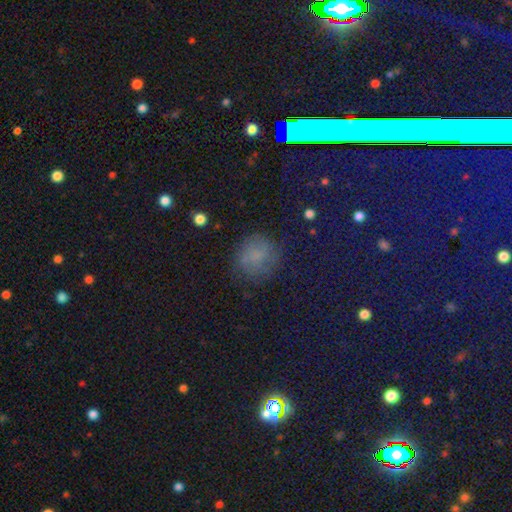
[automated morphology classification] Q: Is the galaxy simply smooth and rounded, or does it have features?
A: smooth — 55%.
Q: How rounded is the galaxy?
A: round — 83%.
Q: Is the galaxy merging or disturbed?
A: none — 74%.